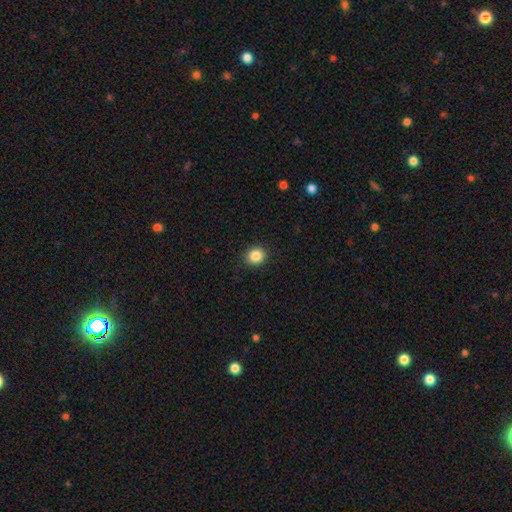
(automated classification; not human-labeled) smooth 86%, star or artifact 10%, featured or disk 4%. Down the decision tree: how rounded — round (83%); merging — none (91%).